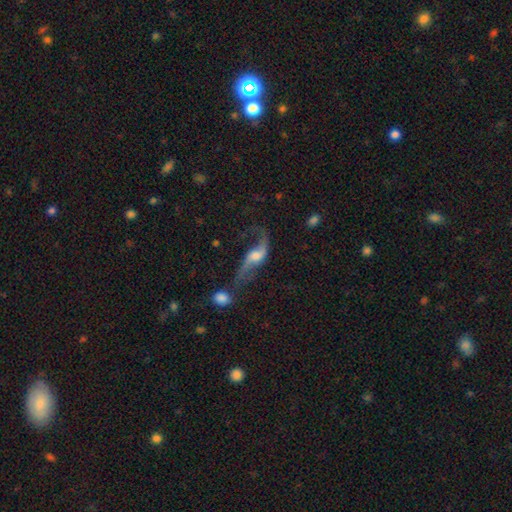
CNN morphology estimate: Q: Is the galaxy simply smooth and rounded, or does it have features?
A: featured or disk — 79%.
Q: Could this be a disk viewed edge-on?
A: no — 89%.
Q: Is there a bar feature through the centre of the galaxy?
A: no — 46%.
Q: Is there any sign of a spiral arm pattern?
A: yes — 92%.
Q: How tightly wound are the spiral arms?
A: loose — 91%.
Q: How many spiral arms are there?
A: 2 — 89%.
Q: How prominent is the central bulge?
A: moderate — 49%.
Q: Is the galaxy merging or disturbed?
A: none — 43%.